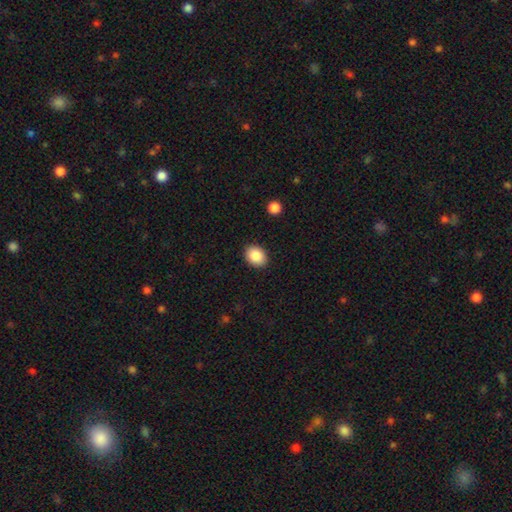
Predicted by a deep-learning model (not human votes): Smooth or featured? smooth (88%)
How rounded? in between (65%)
Merging? none (89%)